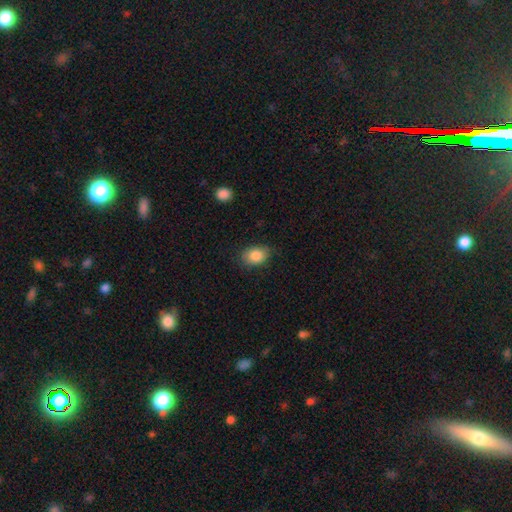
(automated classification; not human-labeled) Smooth or featured?
  - smooth: 86% *
  - star or artifact: 8%
  - featured or disk: 6%
How rounded?
  - in between: 74% *
  - round: 25%
  - cigar-shaped: 1%
Merging?
  - none: 80% *
  - minor disturbance: 16%
  - major disturbance: 3%
  - merger: 1%